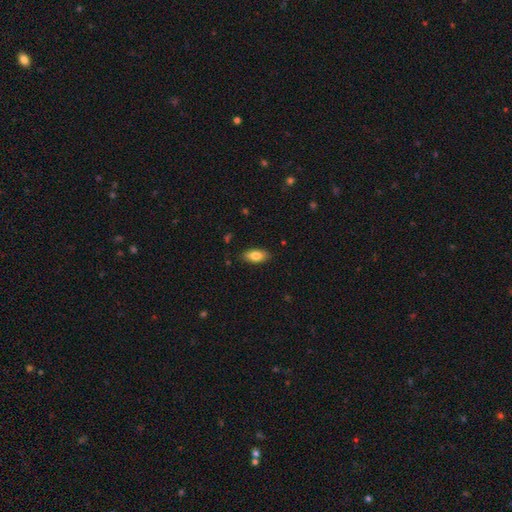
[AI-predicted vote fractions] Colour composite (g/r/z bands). It shows a smooth galaxy with no disk features (81%) that is in between round and cigar-shaped (88%). Merging: none (86%).